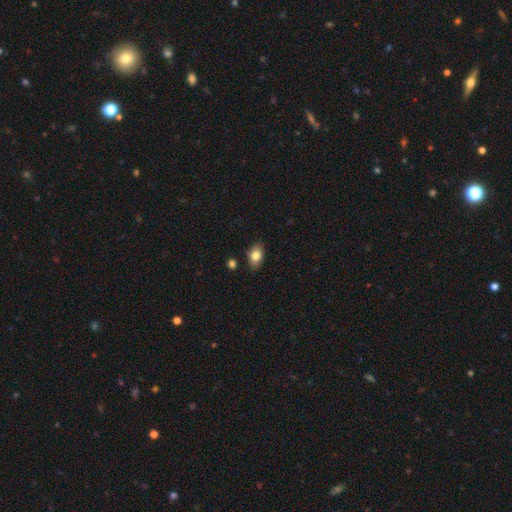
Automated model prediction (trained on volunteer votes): smooth_or_featured: smooth (p=0.82) [alt: featured or disk p=0.10]
how_rounded: in between (p=0.85) [alt: round p=0.13]
merging: none (p=0.82) [alt: minor disturbance p=0.13]